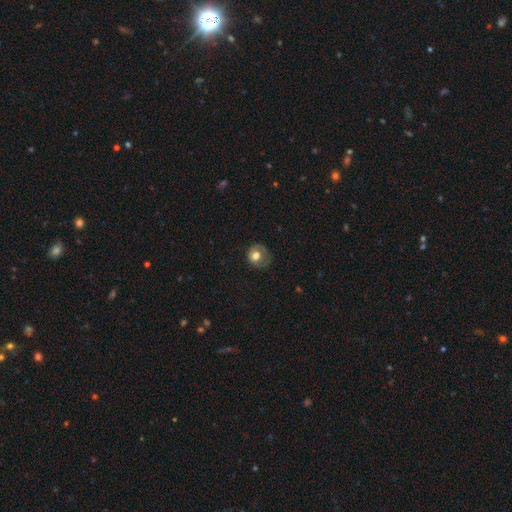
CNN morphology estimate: Smooth or featured? smooth (71%)
How rounded? round (79%)
Merging? none (59%)